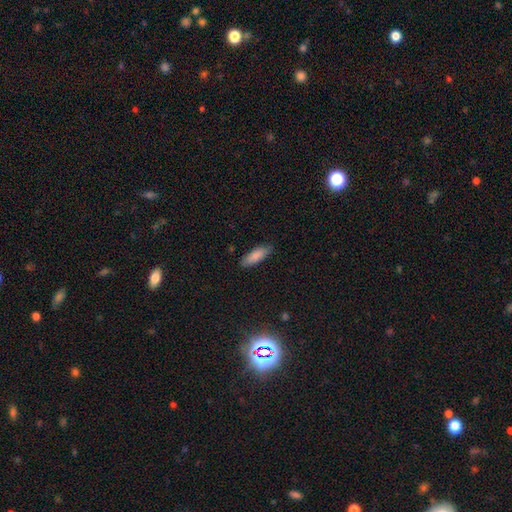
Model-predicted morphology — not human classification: Q: Smooth or featured?
A: smooth (86%); runner-up: featured or disk (8%)
Q: How rounded?
A: in between (63%); runner-up: cigar-shaped (36%)
Q: Merging?
A: none (85%); runner-up: minor disturbance (11%)